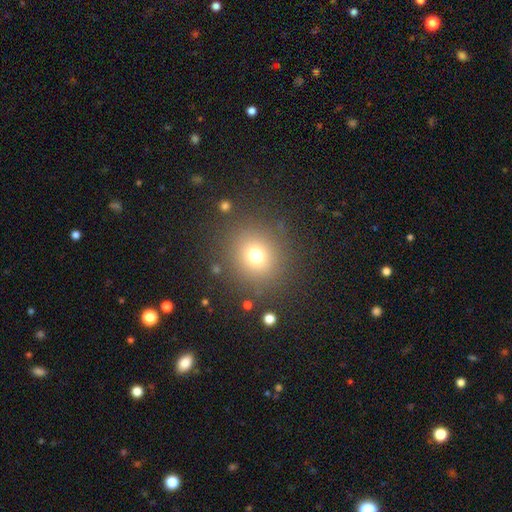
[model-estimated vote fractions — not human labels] A smooth galaxy with no disk features (72%) that is round (88%).

Vote fractions:
- Smooth or featured? smooth: 72% / star or artifact: 19% / featured or disk: 9%
- How rounded? round: 88% / in between: 11% / cigar-shaped: 1%
- Merging? none: 86% / minor disturbance: 7% / major disturbance: 5% / merger: 2%